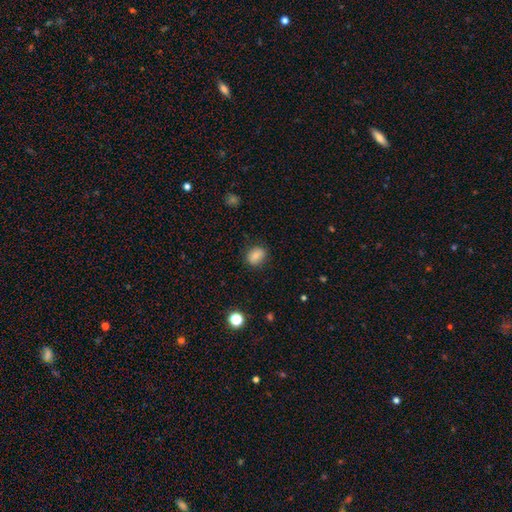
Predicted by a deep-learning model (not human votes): Q: Smooth or featured?
A: smooth (84%); runner-up: star or artifact (10%)
Q: How rounded?
A: in between (60%); runner-up: round (39%)
Q: Merging?
A: none (84%); runner-up: minor disturbance (12%)